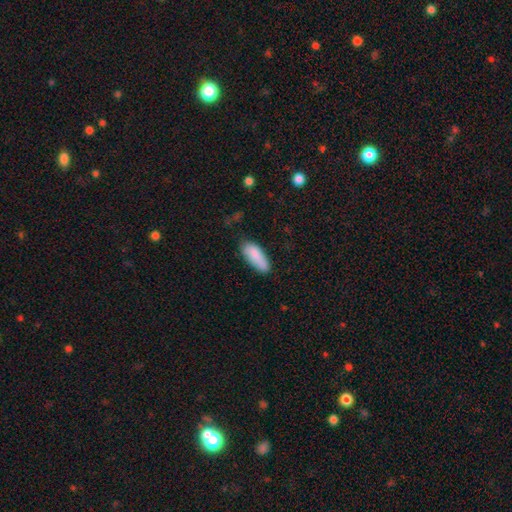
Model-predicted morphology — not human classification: smooth 85%, featured or disk 9%, star or artifact 6%. Down the decision tree: how rounded — in between (74%); merging — none (66%).